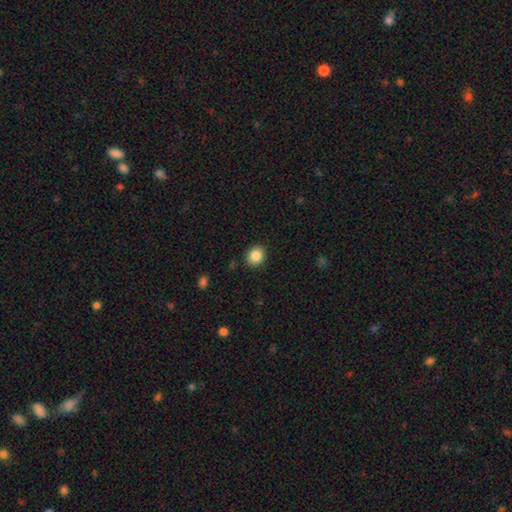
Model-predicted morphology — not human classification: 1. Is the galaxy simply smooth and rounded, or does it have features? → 86% smooth, 9% star or artifact, 5% featured or disk.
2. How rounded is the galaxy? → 73% round, 26% in between, 1% cigar-shaped.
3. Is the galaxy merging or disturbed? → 89% none, 7% minor disturbance, 2% major disturbance, 1% merger.